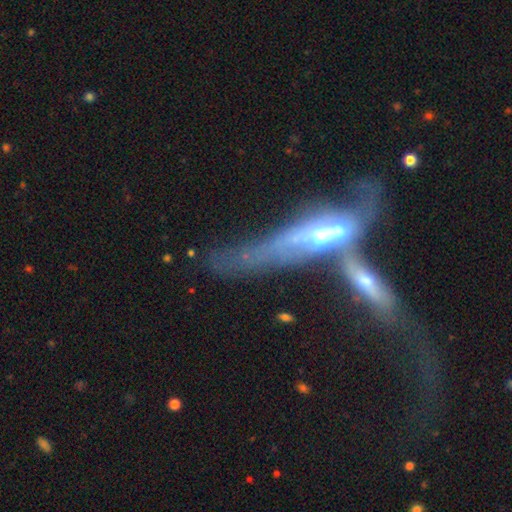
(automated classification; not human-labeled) smooth_or_featured: featured or disk (p=0.73) [alt: smooth p=0.18]
disk_edge_on: yes (p=0.56) [alt: no p=0.44]
merging: merger (p=0.70) [alt: major disturbance p=0.12]